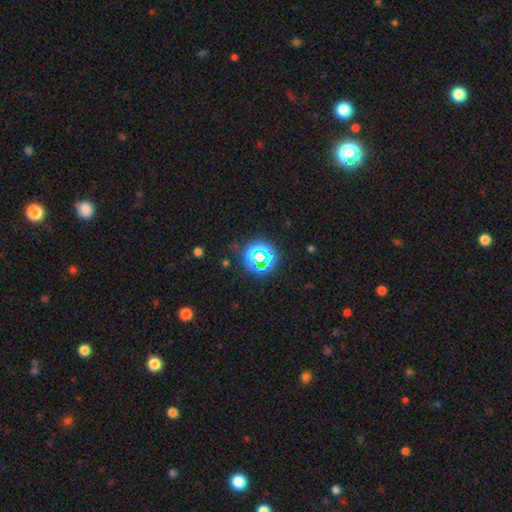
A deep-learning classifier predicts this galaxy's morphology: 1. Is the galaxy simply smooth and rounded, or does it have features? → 63% star or artifact, 27% smooth, 10% featured or disk.